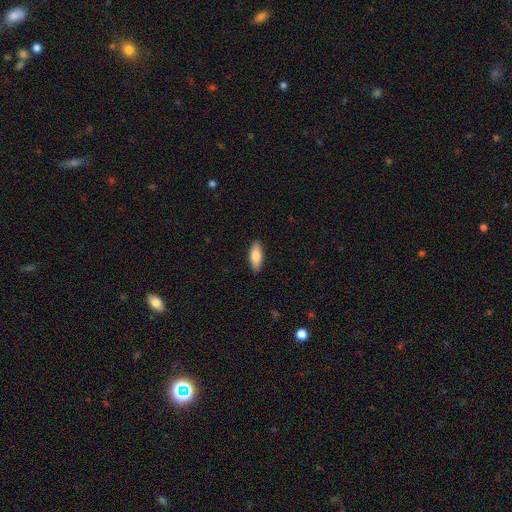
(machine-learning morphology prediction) smooth 81%, featured or disk 13%, star or artifact 6%. Down the decision tree: how rounded — in between (70%); merging — none (89%).